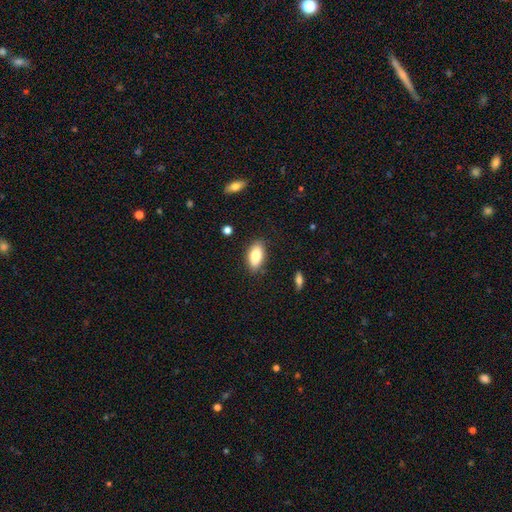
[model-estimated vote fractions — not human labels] Morphology: type=smooth (83%); roundness=in between (91%); merging=none (84%).